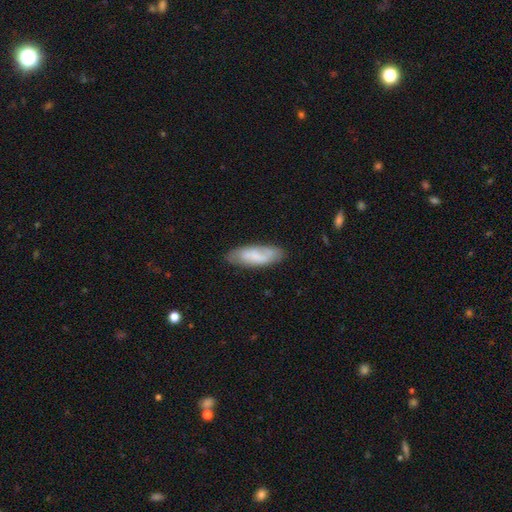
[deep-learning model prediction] The model was most divided on "smooth or featured": smooth: 56%, featured or disk: 37%, star or artifact: 7%. More confident: merging — none (74%); how rounded — in between (65%).